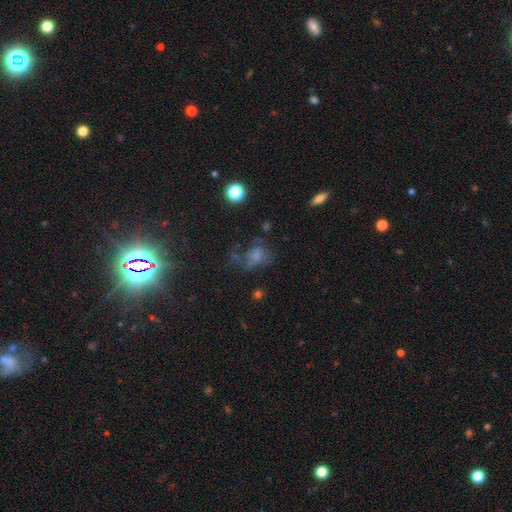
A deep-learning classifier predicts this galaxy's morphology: smooth-or-featured: smooth: 46% | featured or disk: 32% | star or artifact: 21%
  merging: major disturbance: 40% | none: 33% | minor disturbance: 20% | merger: 7%